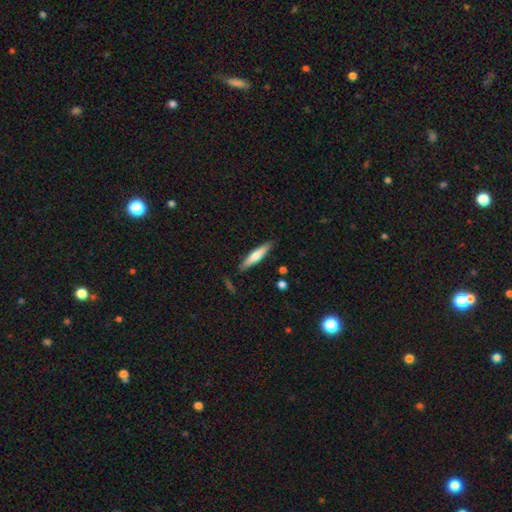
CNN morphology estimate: Smooth or featured: smooth — 63% (featured or disk — 32%)
How rounded: cigar-shaped — 83% (in between — 15%)
Merging: none — 86% (minor disturbance — 10%)